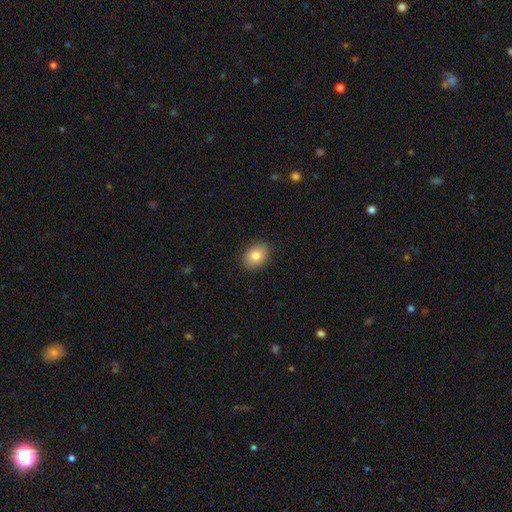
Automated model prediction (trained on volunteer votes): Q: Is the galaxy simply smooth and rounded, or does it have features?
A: smooth — 83%.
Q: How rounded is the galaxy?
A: in between — 68%.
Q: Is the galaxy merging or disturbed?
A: none — 88%.